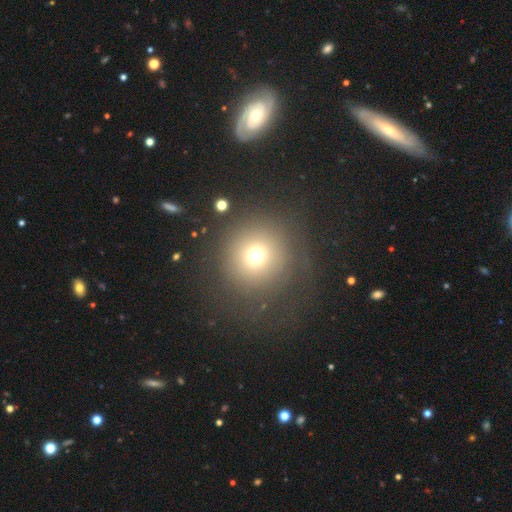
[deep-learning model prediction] A smooth galaxy with no disk features (69%) that is round (95%). Merging: none (75%).